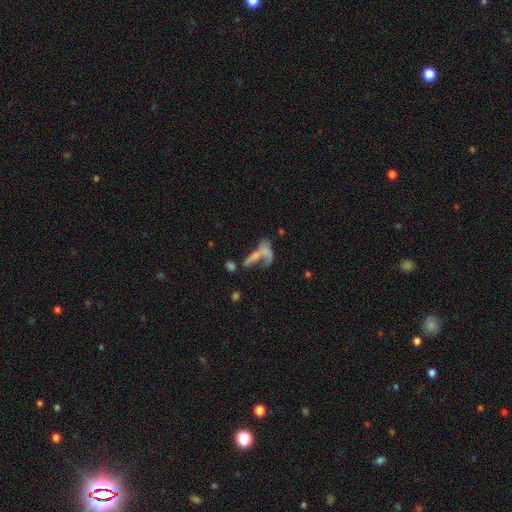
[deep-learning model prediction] A featured or disk galaxy (43%). Merging: merger (42%).